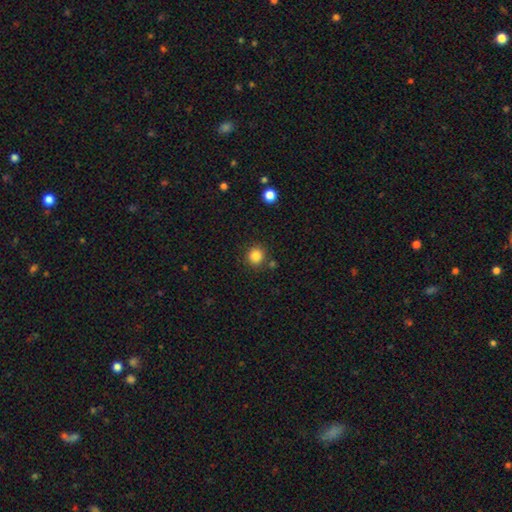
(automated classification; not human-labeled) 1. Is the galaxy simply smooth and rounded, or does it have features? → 85% smooth, 11% star or artifact, 4% featured or disk.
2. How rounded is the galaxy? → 92% round, 7% in between, 1% cigar-shaped.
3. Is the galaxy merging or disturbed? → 84% none, 8% minor disturbance, 6% merger, 3% major disturbance.